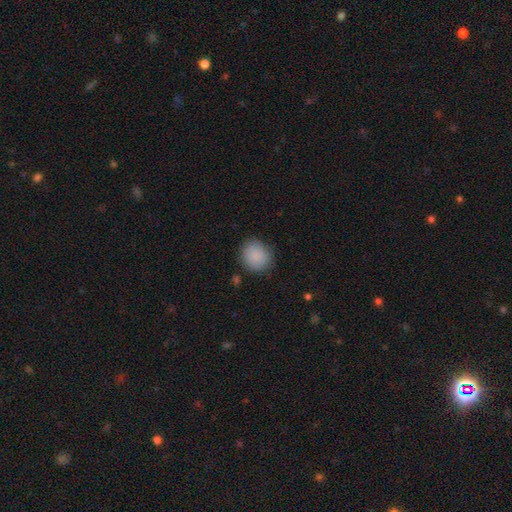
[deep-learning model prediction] smooth-or-featured: smooth: 88% | star or artifact: 8% | featured or disk: 5%
  how-rounded: round: 80% | in between: 19% | cigar-shaped: 1%
  merging: none: 85% | minor disturbance: 11% | major disturbance: 3% | merger: 1%